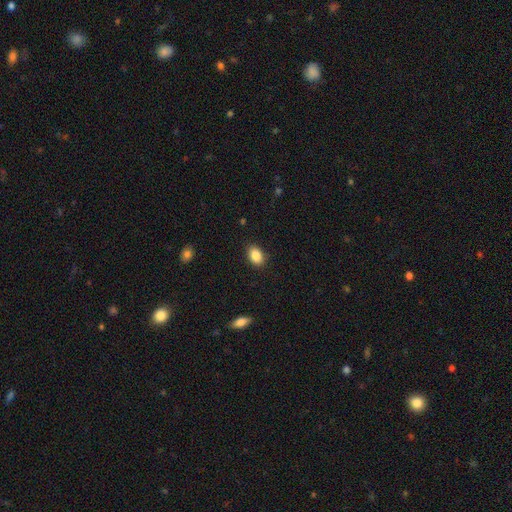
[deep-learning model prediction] smooth-or-featured: smooth: 87% | star or artifact: 8% | featured or disk: 5%
  how-rounded: in between: 83% | round: 16% | cigar-shaped: 1%
  merging: none: 87% | minor disturbance: 9% | major disturbance: 2% | merger: 1%